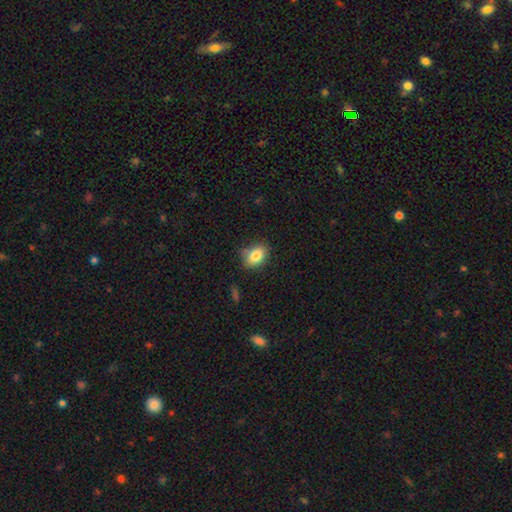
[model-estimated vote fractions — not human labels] A smooth galaxy with no disk features (83%) that is in between round and cigar-shaped (74%).

Vote fractions:
- Smooth or featured? smooth: 83% / star or artifact: 9% / featured or disk: 8%
- How rounded? in between: 74% / round: 25% / cigar-shaped: 1%
- Merging? none: 77% / minor disturbance: 17% / major disturbance: 3% / merger: 2%